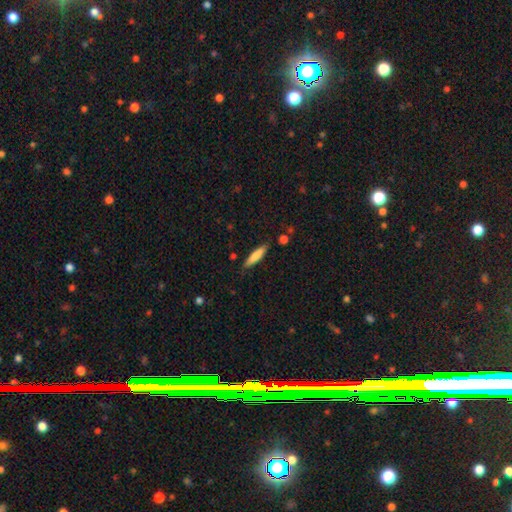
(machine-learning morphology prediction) smooth 78%, featured or disk 16%, star or artifact 6%. Down the decision tree: how rounded — cigar-shaped (83%); merging — none (85%).